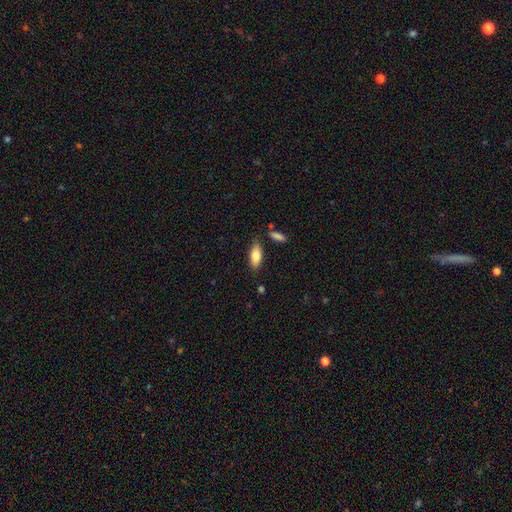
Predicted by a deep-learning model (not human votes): smooth-or-featured: smooth: 80% | featured or disk: 14% | star or artifact: 6%
  how-rounded: in between: 78% | cigar-shaped: 20% | round: 2%
  merging: none: 80% | minor disturbance: 14% | merger: 4% | major disturbance: 3%